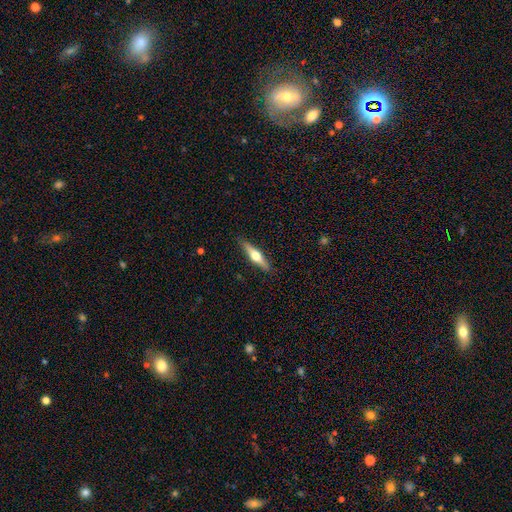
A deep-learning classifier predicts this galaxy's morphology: Smooth or featured? featured or disk (61%)
Edge-on disk? yes (96%)
Edge-on bulge? rounded (95%)
Merging? none (90%)